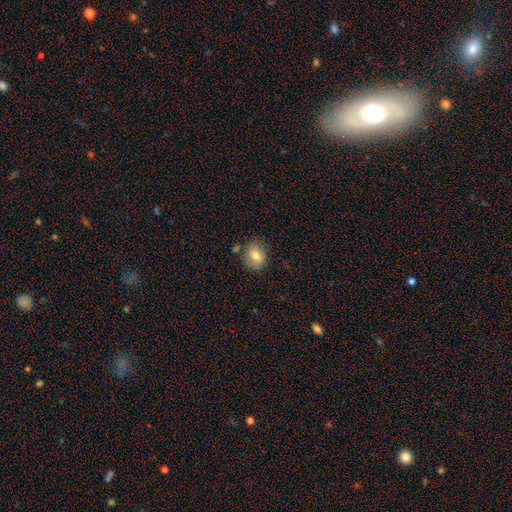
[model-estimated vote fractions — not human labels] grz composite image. It shows a smooth galaxy with no disk features (75%) that is round (50%). Merging: none (73%).